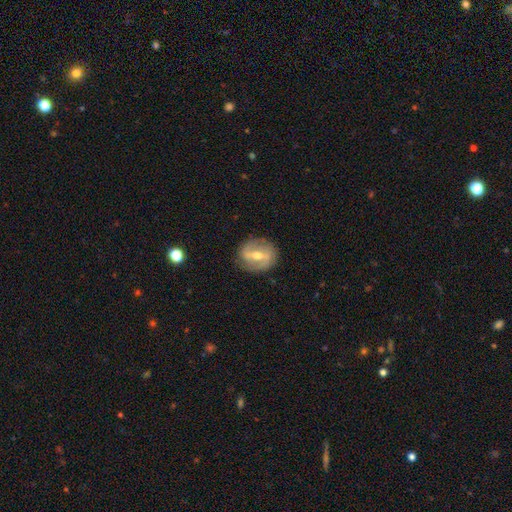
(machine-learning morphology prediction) This is likely a featured or disk galaxy (76%). It is clearly not viewed edge-on (95%). Bar: possibly strong (48%). Spiral arm pattern: likely yes (79%). Spiral arm count: clearly 2 (83%). Spiral winding: marginally medium (40%). Central bulge: likely moderate (66%). Merging: clearly none (82%).